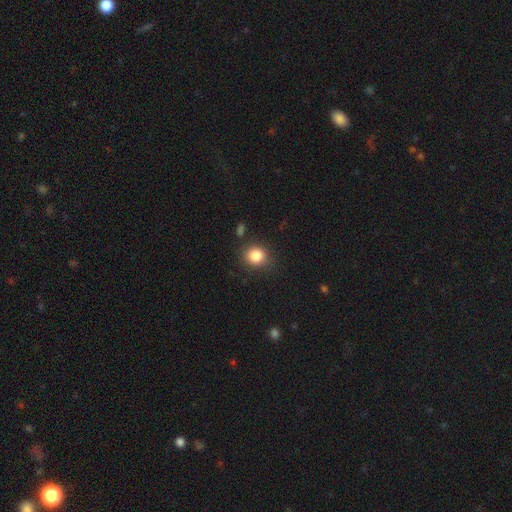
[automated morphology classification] This appears to be a smooth galaxy with no disk features (84%) that is round (78%). Merging: none (84%).